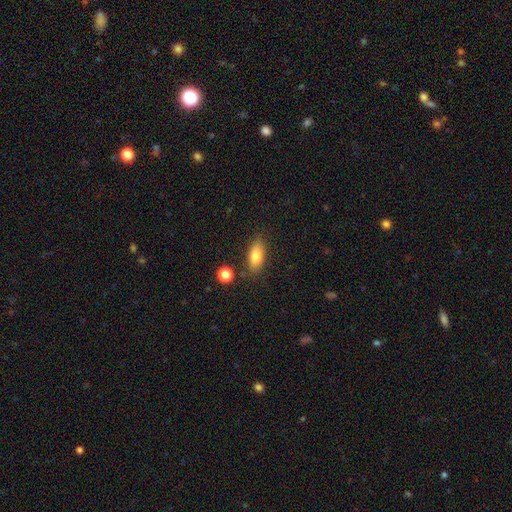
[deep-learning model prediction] Morphology: type=smooth (80%); roundness=in between (79%); merging=none (80%).